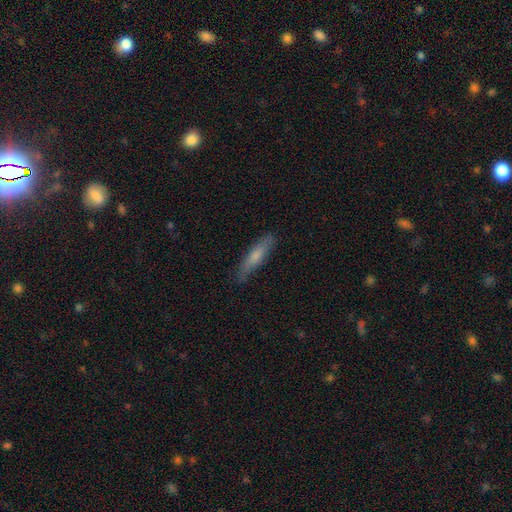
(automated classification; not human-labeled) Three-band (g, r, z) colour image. It shows a smooth galaxy with no disk features (62%) that is cigar-shaped (84%). Merging: none (82%).